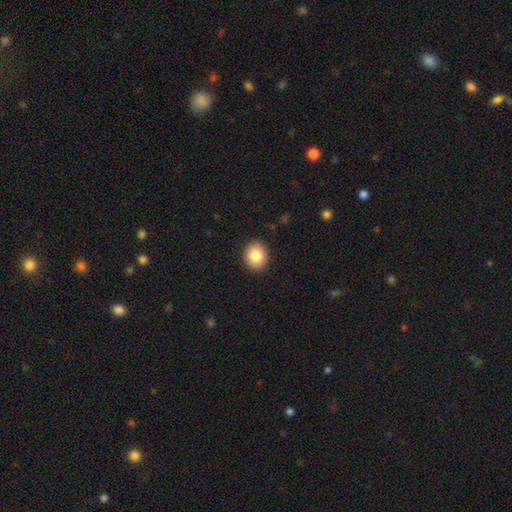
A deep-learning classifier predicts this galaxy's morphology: This is clearly a smooth galaxy (84%). How rounded: likely round (65%). Merging: clearly none (91%).